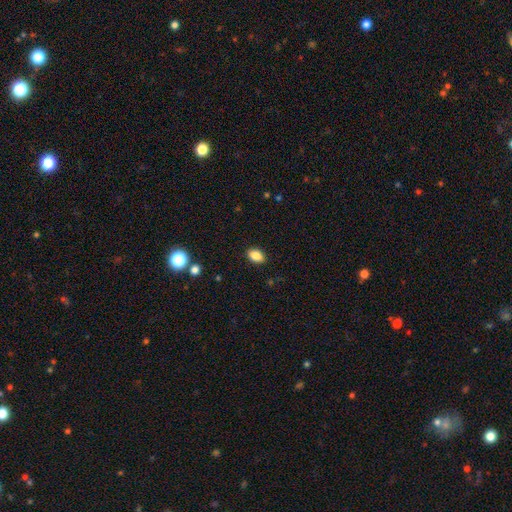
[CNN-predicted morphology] Smooth or featured? smooth (86%)
How rounded? in between (81%)
Merging? none (89%)